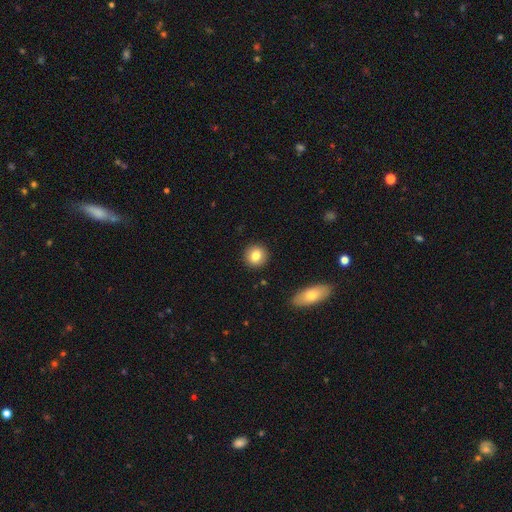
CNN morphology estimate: Overall: smooth (82%). How rounded: round (92%). Merging: none (92%).